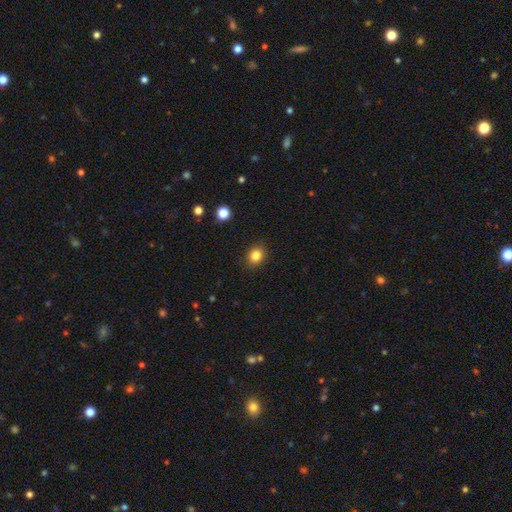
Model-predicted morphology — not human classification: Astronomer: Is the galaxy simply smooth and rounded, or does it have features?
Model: smooth — 84%.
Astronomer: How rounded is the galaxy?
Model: round — 63%.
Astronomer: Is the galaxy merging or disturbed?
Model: none — 89%.